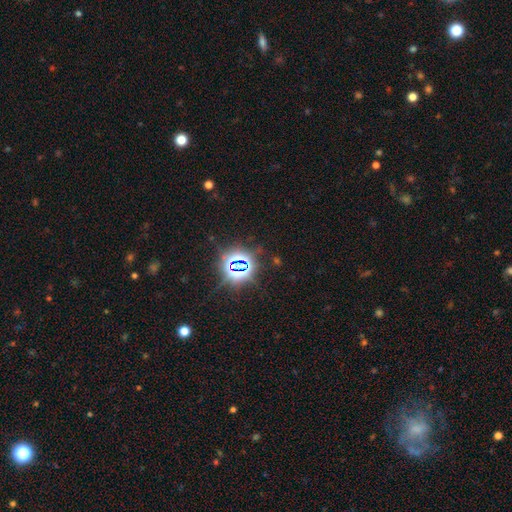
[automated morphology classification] Smooth or featured: star or artifact — 82% (smooth — 11%)